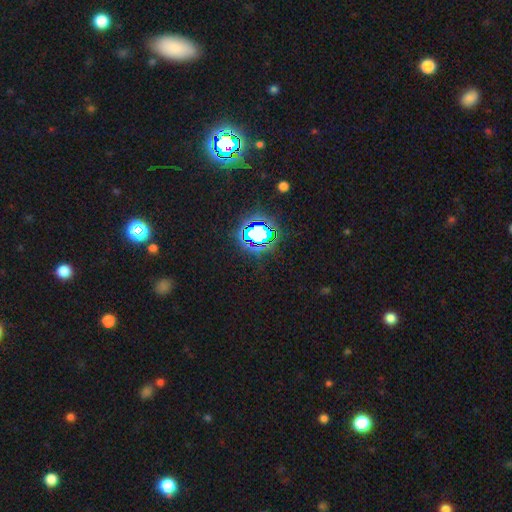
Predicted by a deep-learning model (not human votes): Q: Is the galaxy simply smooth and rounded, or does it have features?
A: star or artifact — 80%.